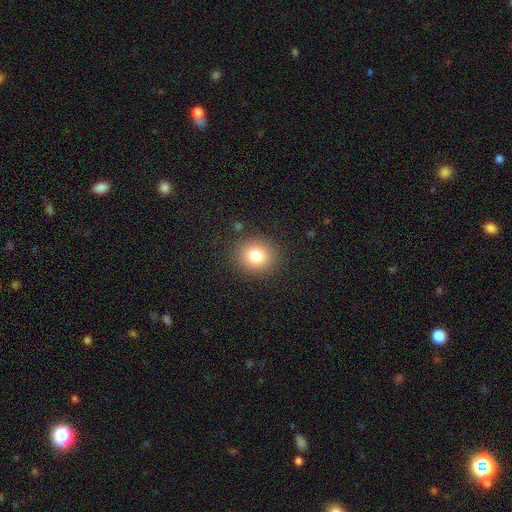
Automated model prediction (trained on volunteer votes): Smooth or featured: smooth — 80% (star or artifact — 12%)
How rounded: round — 82% (in between — 17%)
Merging: none — 88% (minor disturbance — 8%)